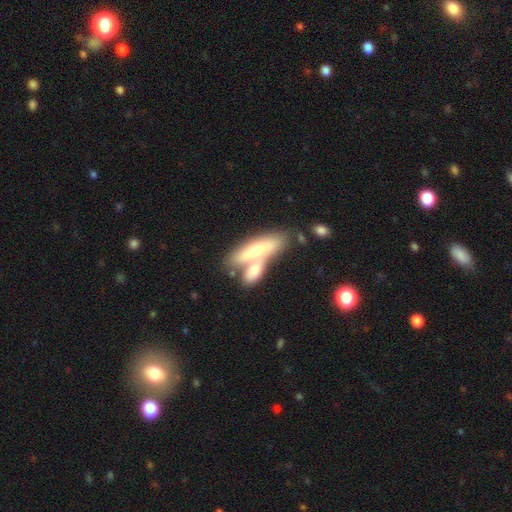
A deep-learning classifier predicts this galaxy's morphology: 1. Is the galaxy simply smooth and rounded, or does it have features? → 48% smooth, 45% featured or disk, 7% star or artifact.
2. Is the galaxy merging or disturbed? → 47% merger, 38% none, 10% minor disturbance, 4% major disturbance.